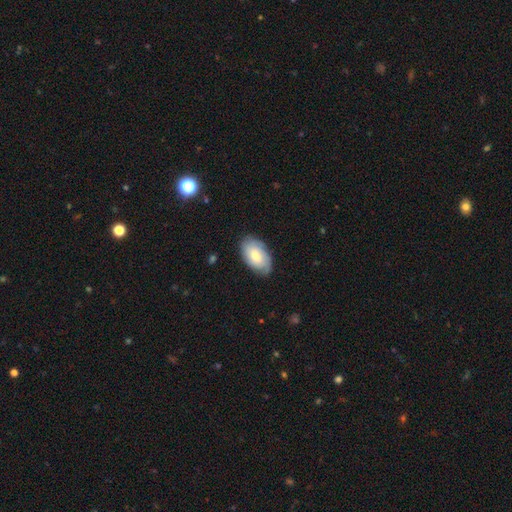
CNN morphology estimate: A smooth galaxy with no disk features (56%) that is in between round and cigar-shaped (94%).

Vote fractions:
- Smooth or featured? smooth: 56% / featured or disk: 38% / star or artifact: 6%
- How rounded? in between: 94% / round: 4% / cigar-shaped: 2%
- Merging? none: 77% / minor disturbance: 18% / major disturbance: 4% / merger: 1%